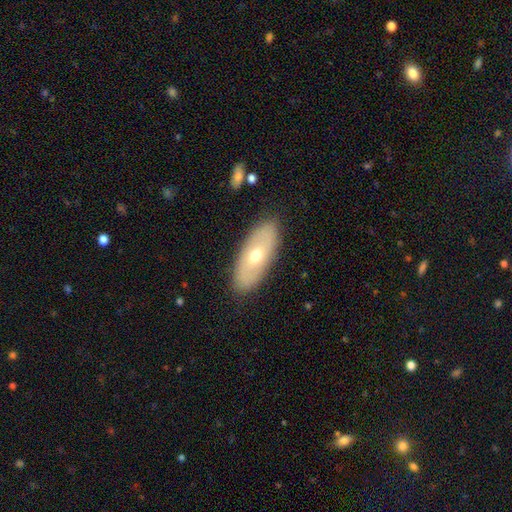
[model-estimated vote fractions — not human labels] smooth-or-featured: smooth: 54% | featured or disk: 40% | star or artifact: 6%
  how-rounded: in between: 84% | cigar-shaped: 12% | round: 3%
  merging: none: 86% | minor disturbance: 10% | major disturbance: 3% | merger: 1%